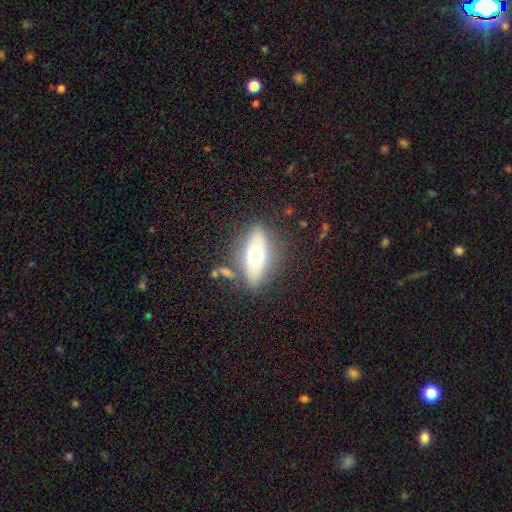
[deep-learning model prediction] Overall: smooth (52%; featured or disk 40%). How rounded: in between (72%). Merging: none (75%).